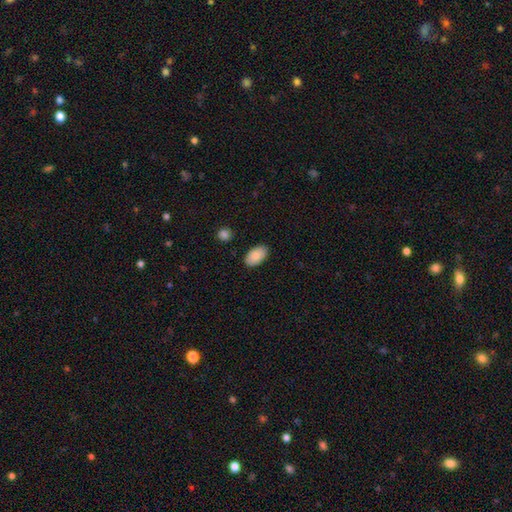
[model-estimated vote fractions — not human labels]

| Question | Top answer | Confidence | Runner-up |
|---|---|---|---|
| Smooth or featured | smooth | 88% | star or artifact (6%) |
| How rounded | in between | 94% | round (4%) |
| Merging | none | 87% | minor disturbance (9%) |